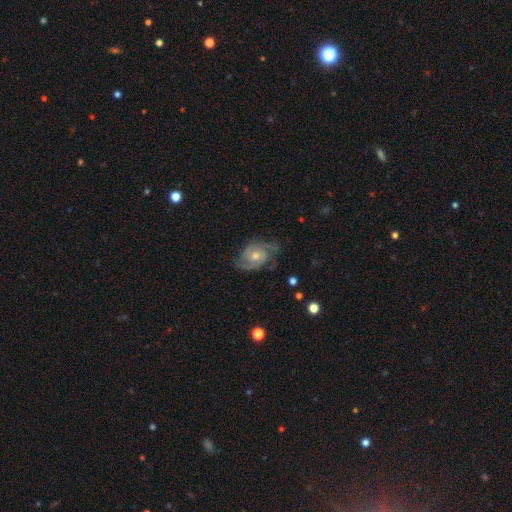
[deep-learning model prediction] A featured or disk galaxy (83%) with no bar (68%), 2 (71%) tight (47%) spiral arms (95%) and a moderate central bulge (54%).

Vote fractions:
- Smooth or featured? featured or disk: 83% / smooth: 9% / star or artifact: 8%
- Edge-on disk? no: 97% / yes: 3%
- Bar? no: 68% / weak: 27% / strong: 5%
- Spiral arms? yes: 95% / no: 5%
- Spiral winding? tight: 47% / medium: 43% / loose: 10%
- Spiral arm count? 2: 71% / can't tell: 11% / 3: 11% / 1: 3% / 4: 2% / more than 4: 2%
- Bulge size? moderate: 54% / small: 41% / large: 2% / none: 2% / dominant: 1%
- Merging? none: 73% / minor disturbance: 19% / major disturbance: 7% / merger: 1%